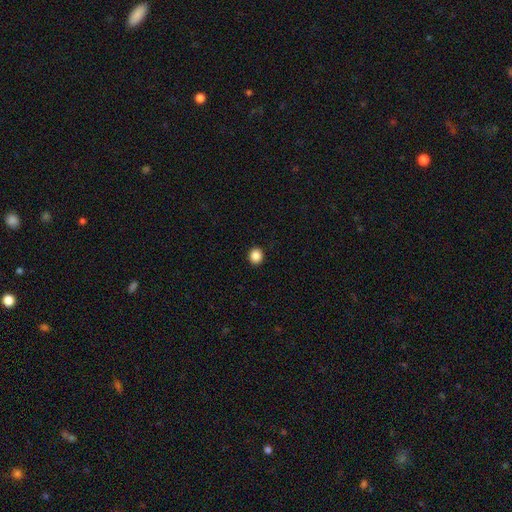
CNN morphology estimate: Q: Smooth or featured?
A: smooth (87%); runner-up: star or artifact (10%)
Q: How rounded?
A: round (84%); runner-up: in between (15%)
Q: Merging?
A: none (93%); runner-up: minor disturbance (4%)